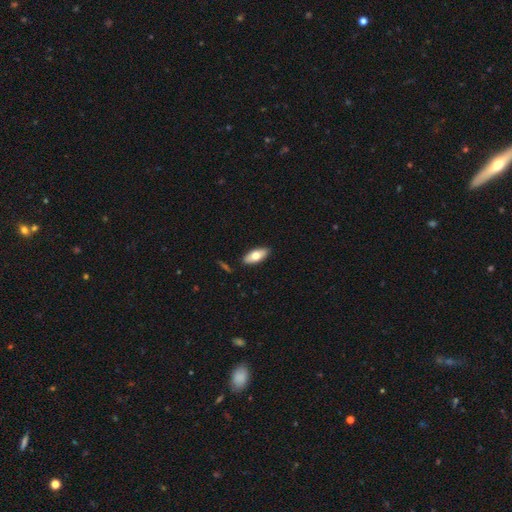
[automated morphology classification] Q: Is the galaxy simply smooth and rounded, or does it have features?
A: smooth — 69%.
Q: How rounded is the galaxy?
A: in between — 83%.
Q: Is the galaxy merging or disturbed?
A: none — 88%.